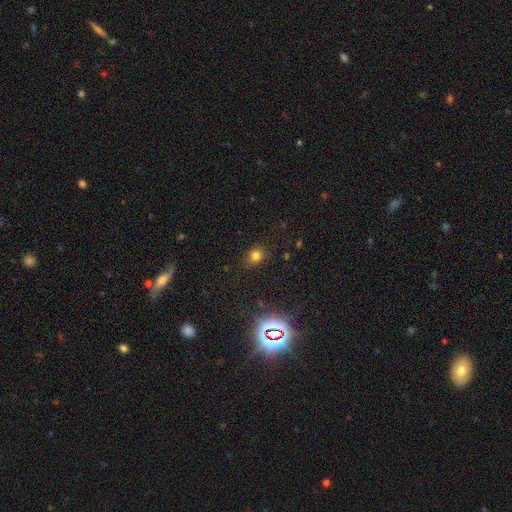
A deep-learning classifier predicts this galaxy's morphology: smooth_or_featured: smooth (p=0.73) [alt: star or artifact p=0.20]
how_rounded: round (p=0.61) [alt: in between p=0.38]
merging: none (p=0.81) [alt: minor disturbance p=0.13]